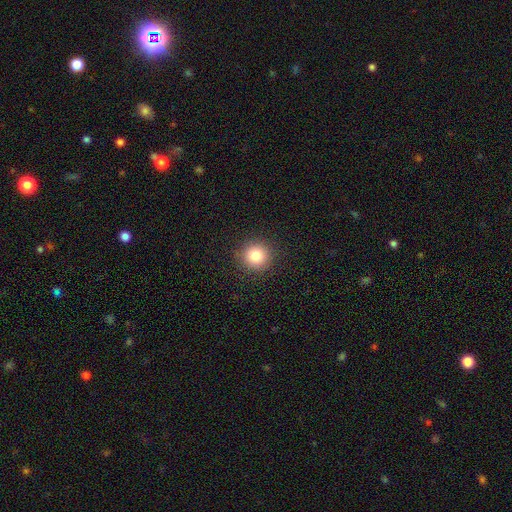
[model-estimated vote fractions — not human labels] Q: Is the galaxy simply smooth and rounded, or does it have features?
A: smooth — 82%.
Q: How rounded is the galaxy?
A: round — 94%.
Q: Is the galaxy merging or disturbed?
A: none — 91%.